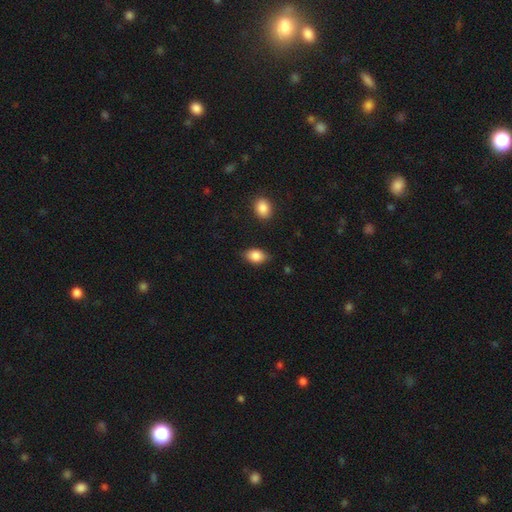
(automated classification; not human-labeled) This appears to be a smooth galaxy with no disk features (86%) that is in between round and cigar-shaped (84%). Merging: none (81%).